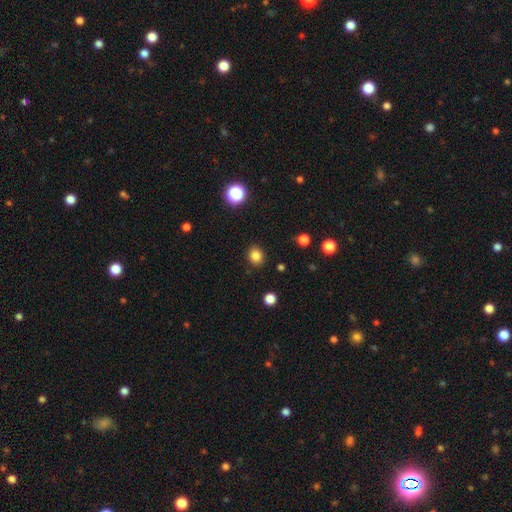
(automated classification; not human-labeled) Smooth or featured: smooth — 83% (star or artifact — 12%)
How rounded: round — 65% (in between — 34%)
Merging: none — 89% (minor disturbance — 8%)